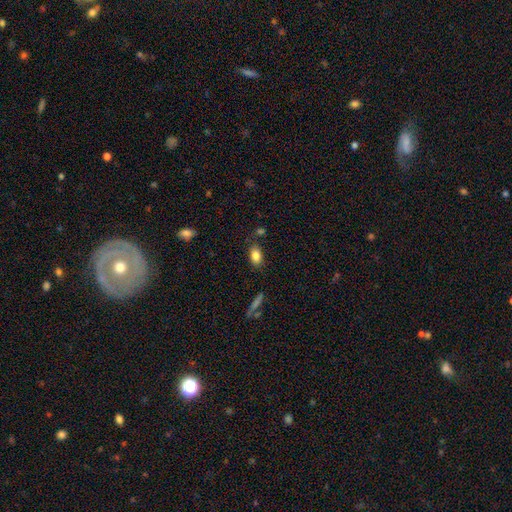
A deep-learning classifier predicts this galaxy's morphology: Q: Smooth or featured?
A: smooth (84%); runner-up: star or artifact (9%)
Q: How rounded?
A: in between (87%); runner-up: round (10%)
Q: Merging?
A: none (79%); runner-up: minor disturbance (13%)